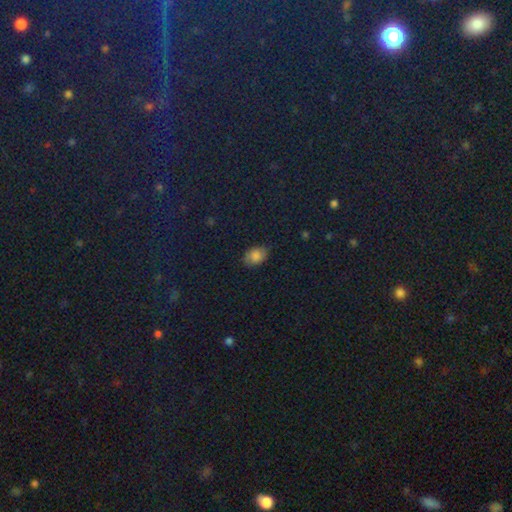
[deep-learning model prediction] Overall: smooth (80%). How rounded: in between (83%). Merging: none (78%).